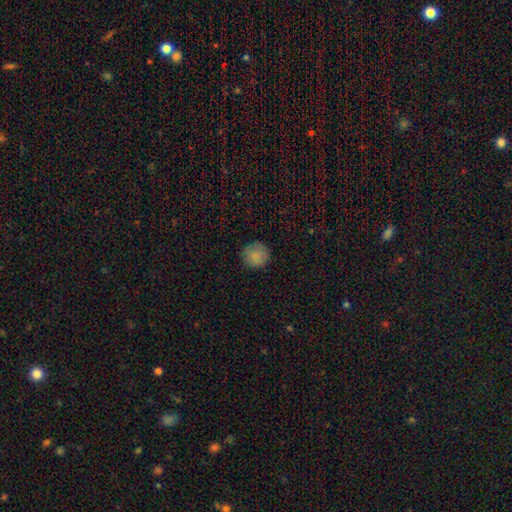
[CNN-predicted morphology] A smooth galaxy with no disk features (86%) that is round (91%). Merging: none (85%).